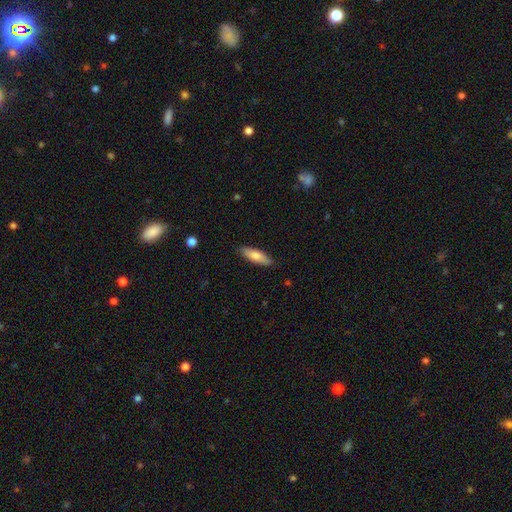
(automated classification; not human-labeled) Smooth or featured? Predicted: smooth (p=0.72). How rounded? Predicted: cigar-shaped (p=0.53). Merging? Predicted: none (p=0.87).